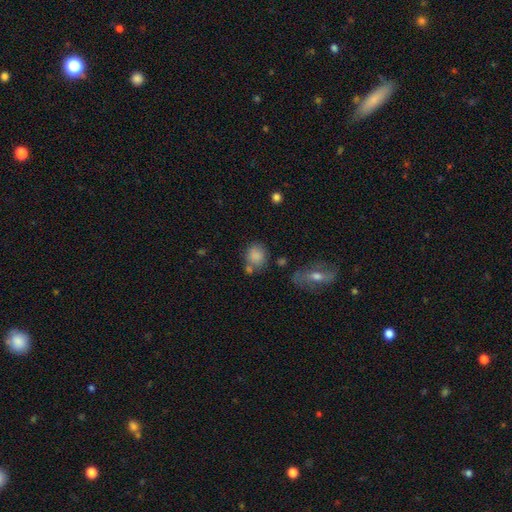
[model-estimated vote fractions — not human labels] The model was most divided on "how rounded": round: 66%, in between: 33%, cigar-shaped: 1%. More confident: smooth or featured — smooth (81%); merging — none (58%).